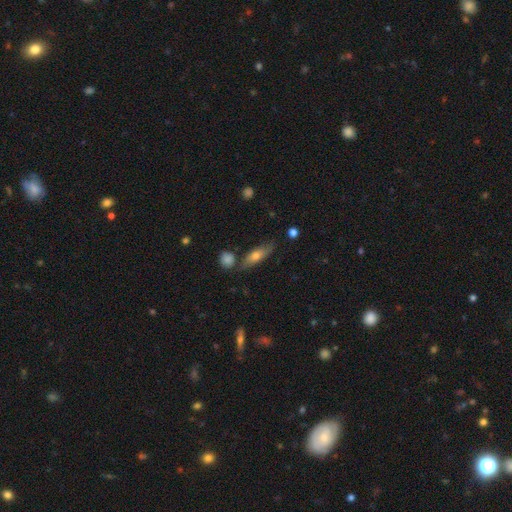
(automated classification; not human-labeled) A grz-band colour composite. It shows a smooth galaxy with no disk features (59%) that is in between round and cigar-shaped (49%). Merging: none (74%).